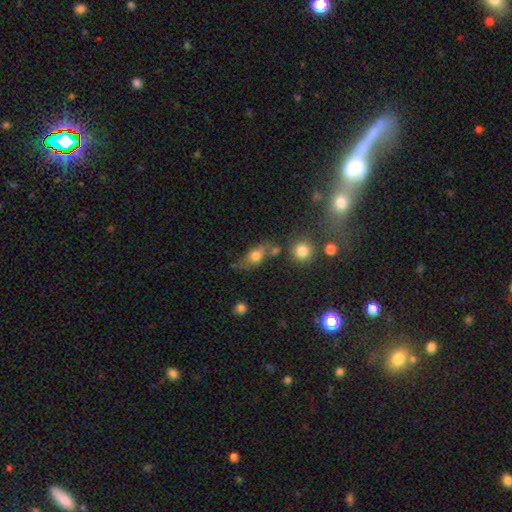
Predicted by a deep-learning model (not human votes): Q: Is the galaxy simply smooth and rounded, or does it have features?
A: smooth — 69%.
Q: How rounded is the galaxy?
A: in between — 70%.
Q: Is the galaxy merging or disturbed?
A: none — 49%.